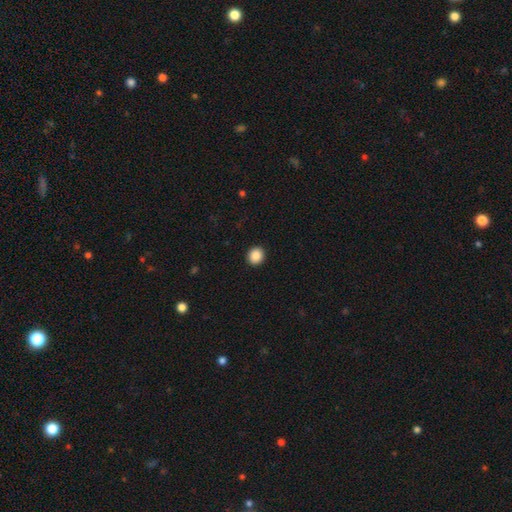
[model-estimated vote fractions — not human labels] smooth_or_featured: smooth (p=0.88) [alt: star or artifact p=0.09]
how_rounded: round (p=0.82) [alt: in between p=0.17]
merging: none (p=0.93) [alt: minor disturbance p=0.04]